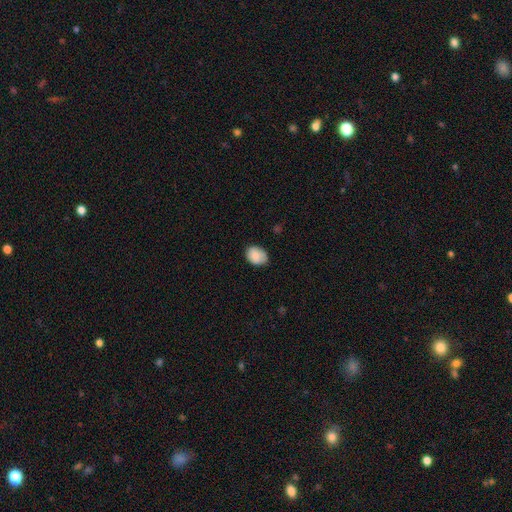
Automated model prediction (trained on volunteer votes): Smooth or featured: smooth — 86% (star or artifact — 7%)
How rounded: in between — 72% (round — 27%)
Merging: none — 72% (minor disturbance — 23%)